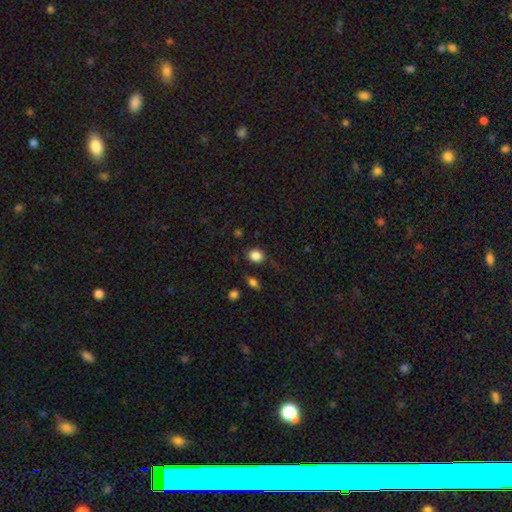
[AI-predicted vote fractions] The model was most divided on "how rounded": round: 64%, in between: 35%, cigar-shaped: 1%. More confident: smooth or featured — smooth (85%); merging — none (78%).